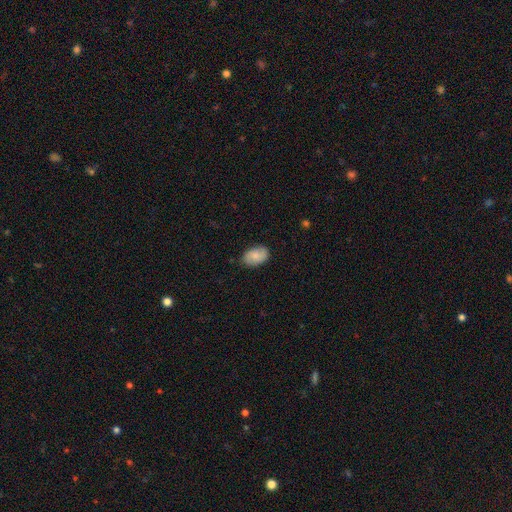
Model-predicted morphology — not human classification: Smooth or featured: smooth — 77% (featured or disk — 16%)
How rounded: in between — 91% (round — 8%)
Merging: none — 82% (minor disturbance — 15%)